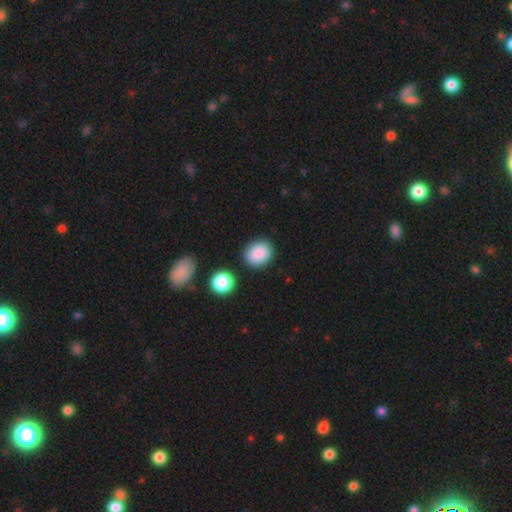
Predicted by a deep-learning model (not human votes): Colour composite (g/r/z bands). It shows a smooth galaxy with no disk features (87%) that is round (68%). Merging: none (84%).